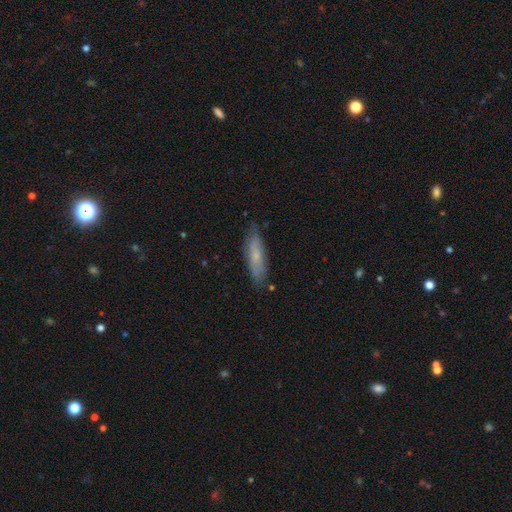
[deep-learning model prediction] A smooth galaxy with no disk features (65%) that is cigar-shaped (70%). Merging: none (81%).